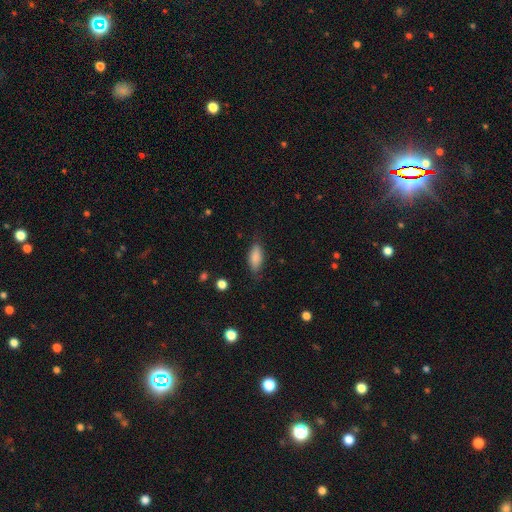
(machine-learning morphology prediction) A smooth galaxy with no disk features (83%) that is in between round and cigar-shaped (79%). Merging: none (78%).